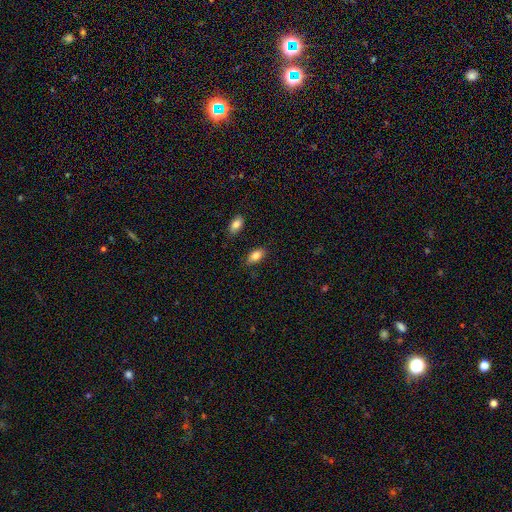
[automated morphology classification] Smooth or featured: smooth — 82% (featured or disk — 11%)
How rounded: in between — 90% (cigar-shaped — 6%)
Merging: none — 84% (minor disturbance — 11%)